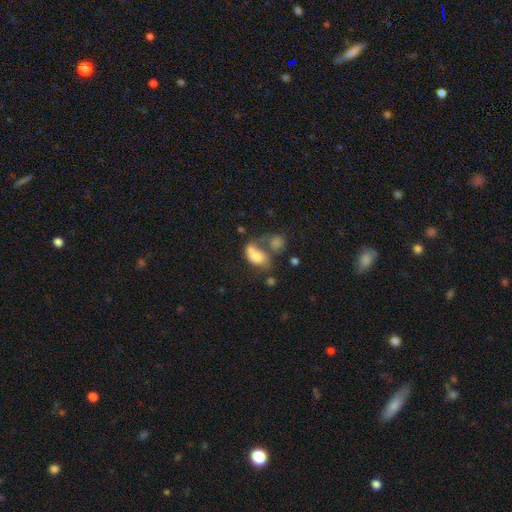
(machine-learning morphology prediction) This is likely a smooth galaxy (60%). How rounded: clearly in between (86%). Merging: possibly merger (46%).